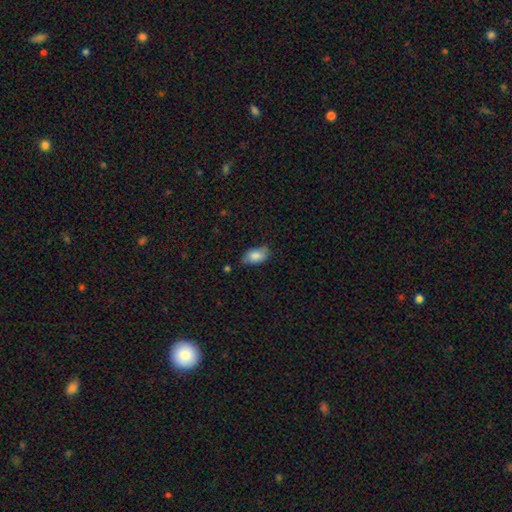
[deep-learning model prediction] smooth-or-featured: smooth: 84% | featured or disk: 9% | star or artifact: 7%
  how-rounded: in between: 93% | round: 5% | cigar-shaped: 3%
  merging: none: 70% | minor disturbance: 24% | major disturbance: 4% | merger: 2%